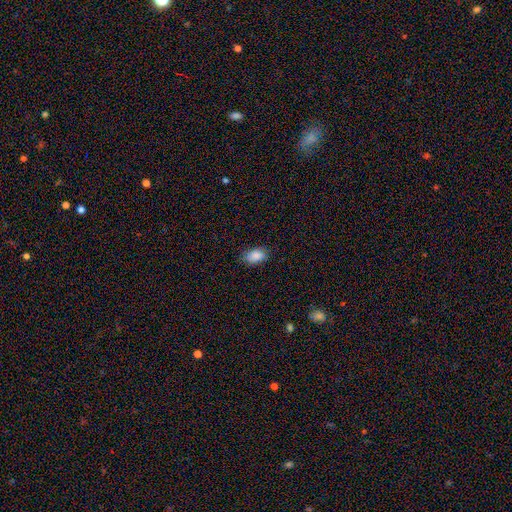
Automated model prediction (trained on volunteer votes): Smooth or featured? Predicted: smooth (p=0.88). How rounded? Predicted: in between (p=0.89). Merging? Predicted: none (p=0.81).